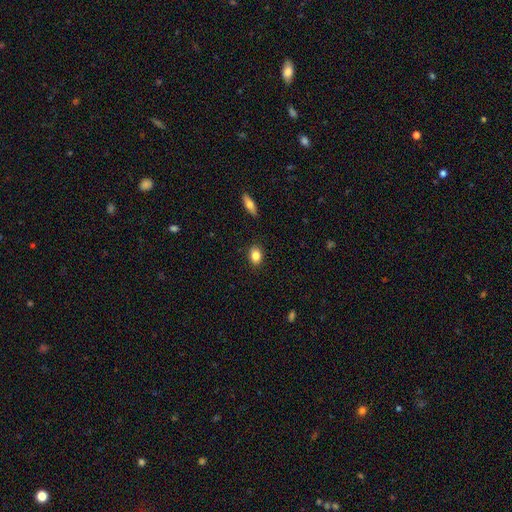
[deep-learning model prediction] Overall: smooth (84%). How rounded: in between (58%; round 40%). Merging: none (88%).